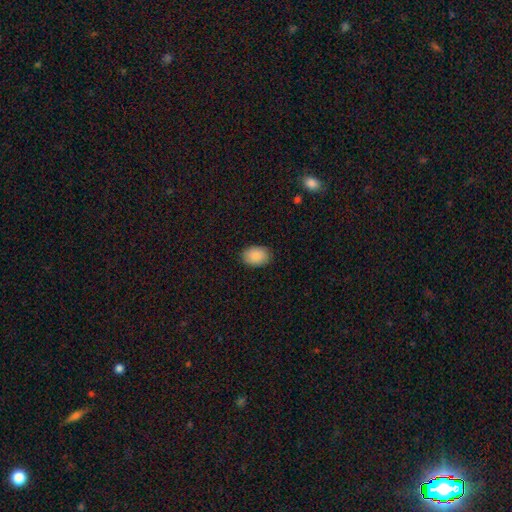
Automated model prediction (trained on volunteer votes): Smooth or featured? smooth (89%)
How rounded? in between (82%)
Merging? none (88%)